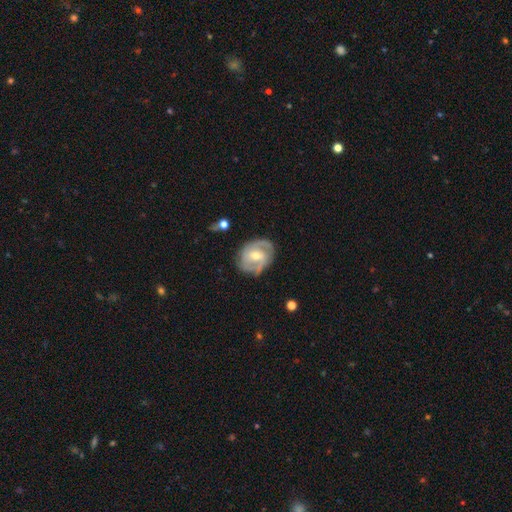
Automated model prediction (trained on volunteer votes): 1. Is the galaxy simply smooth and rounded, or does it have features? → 81% featured or disk, 14% smooth, 5% star or artifact.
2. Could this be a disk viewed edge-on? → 97% no, 3% yes.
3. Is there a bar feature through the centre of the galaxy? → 44% weak, 41% no, 14% strong.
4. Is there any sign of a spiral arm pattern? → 92% yes, 8% no.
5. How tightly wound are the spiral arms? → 46% tight, 42% medium, 12% loose.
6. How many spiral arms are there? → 62% 2, 15% 3, 14% can't tell, 3% 1, 3% 4, 2% more than 4.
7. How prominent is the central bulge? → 60% moderate, 37% small, 2% large, 1% none, 1% dominant.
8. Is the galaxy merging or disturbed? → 76% none, 17% minor disturbance, 5% major disturbance, 2% merger.